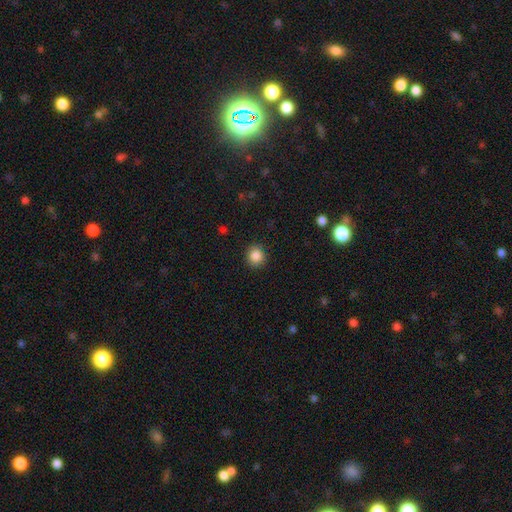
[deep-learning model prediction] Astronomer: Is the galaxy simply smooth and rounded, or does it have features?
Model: smooth — 86%.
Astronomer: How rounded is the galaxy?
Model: round — 88%.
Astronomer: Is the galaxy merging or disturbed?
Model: none — 90%.